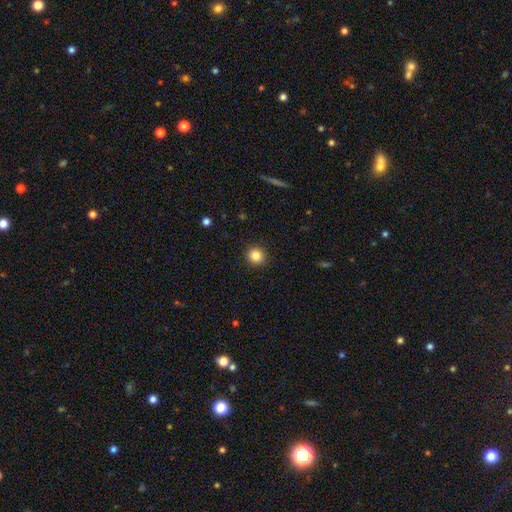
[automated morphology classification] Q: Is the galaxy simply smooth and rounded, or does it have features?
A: smooth — 85%.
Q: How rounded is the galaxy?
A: round — 87%.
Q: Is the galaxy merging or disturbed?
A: none — 91%.